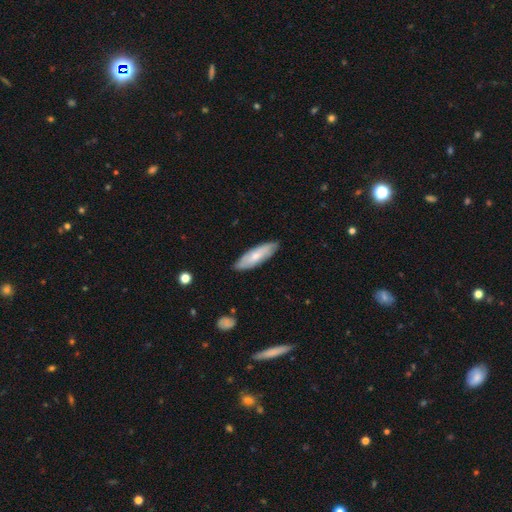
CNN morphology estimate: A smooth galaxy with no disk features (61%) that is in between round and cigar-shaped (49%, tied with cigar-shaped). Merging: none (84%).